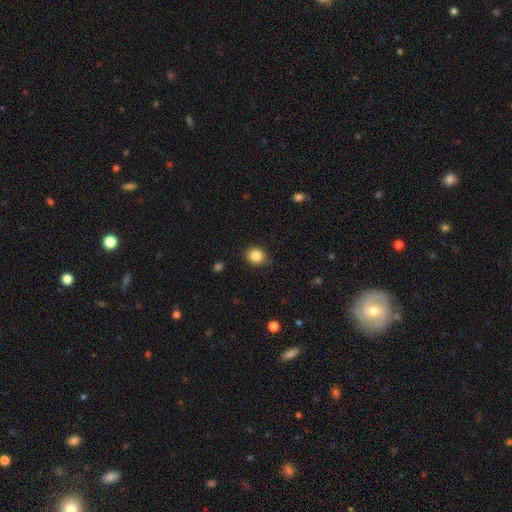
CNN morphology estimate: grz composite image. It shows a smooth galaxy with no disk features (85%) that is round (70%). Merging: none (84%).